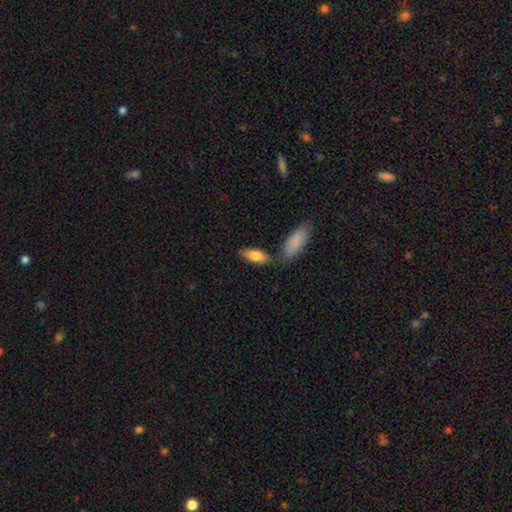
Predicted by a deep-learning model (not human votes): This appears to be a smooth galaxy with no disk features (81%) that is in between round and cigar-shaped (74%). Merging: none (65%).